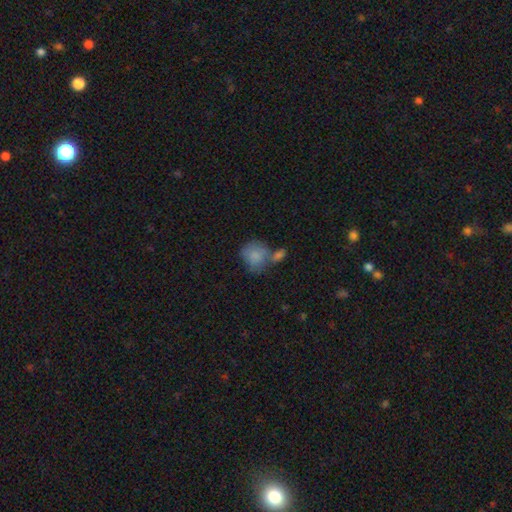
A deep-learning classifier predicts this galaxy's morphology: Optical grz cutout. It shows a smooth galaxy with no disk features (78%) that is round (66%). Merging: merger (38%).